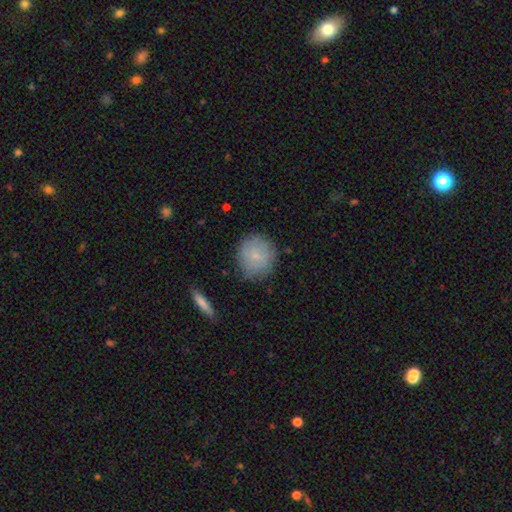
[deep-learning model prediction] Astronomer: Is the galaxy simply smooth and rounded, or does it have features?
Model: smooth — 78%.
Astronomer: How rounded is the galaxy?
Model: round — 89%.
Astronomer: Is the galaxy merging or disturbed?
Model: none — 80%.